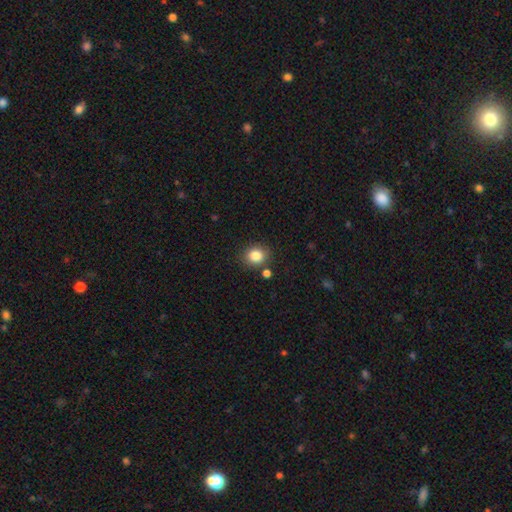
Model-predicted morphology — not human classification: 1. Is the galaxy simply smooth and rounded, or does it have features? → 84% smooth, 11% star or artifact, 6% featured or disk.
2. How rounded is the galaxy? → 75% round, 24% in between, 1% cigar-shaped.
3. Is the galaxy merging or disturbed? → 82% none, 9% minor disturbance, 6% merger, 3% major disturbance.